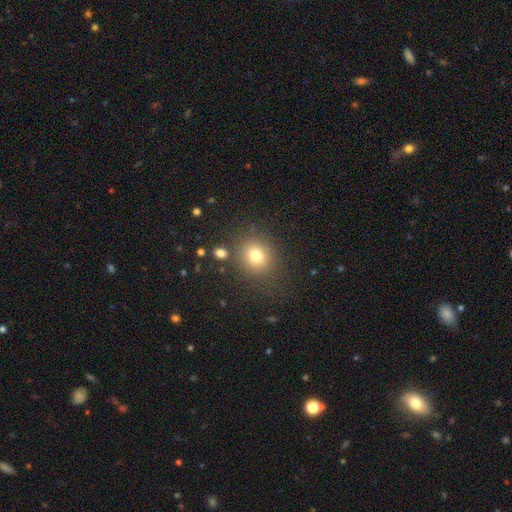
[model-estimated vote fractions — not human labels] A smooth galaxy with no disk features (78%) that is round (79%).

Vote fractions:
- Smooth or featured? smooth: 78% / star or artifact: 14% / featured or disk: 8%
- How rounded? round: 79% / in between: 20% / cigar-shaped: 1%
- Merging? none: 81% / minor disturbance: 10% / major disturbance: 5% / merger: 4%